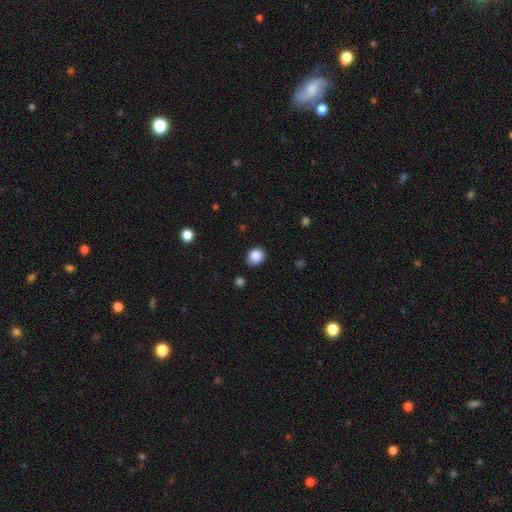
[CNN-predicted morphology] Overall: smooth (88%). How rounded: round (67%; in between 32%). Merging: none (86%).